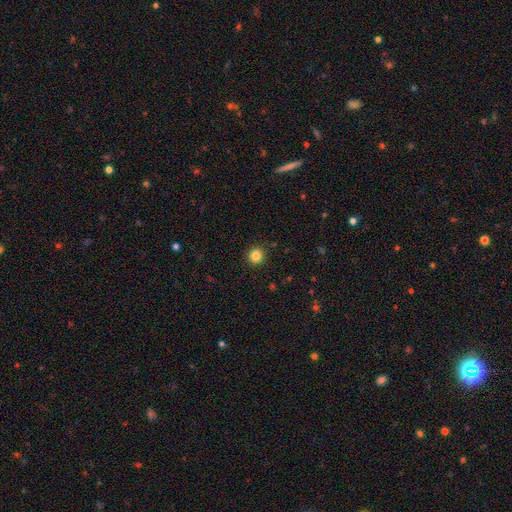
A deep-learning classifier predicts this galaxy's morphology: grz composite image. It shows a smooth galaxy with no disk features (84%) that is round (94%). Merging: none (92%).